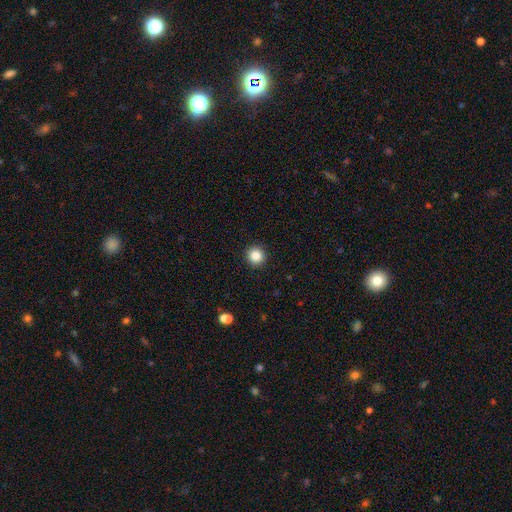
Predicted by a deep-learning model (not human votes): smooth_or_featured: smooth (p=0.86) [alt: star or artifact p=0.10]
how_rounded: round (p=0.94) [alt: in between p=0.05]
merging: none (p=0.92) [alt: minor disturbance p=0.05]